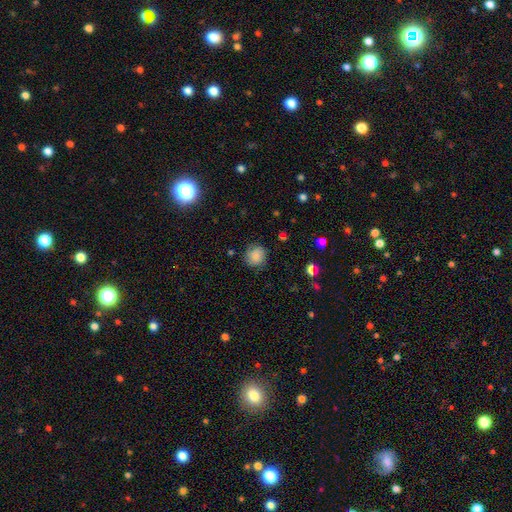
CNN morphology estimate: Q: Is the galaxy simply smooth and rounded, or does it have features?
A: smooth — 82%.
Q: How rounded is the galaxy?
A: round — 85%.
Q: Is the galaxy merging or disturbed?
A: none — 79%.